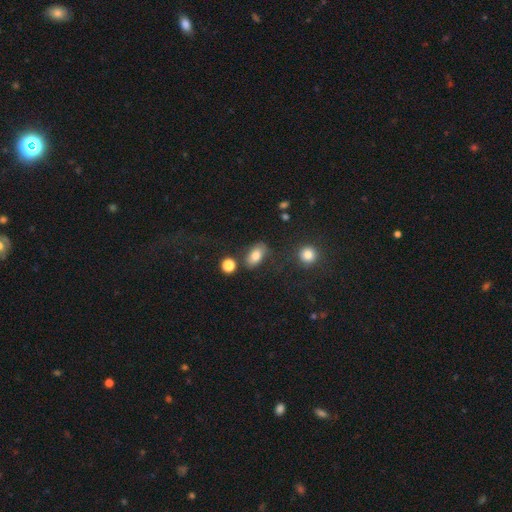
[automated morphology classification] This appears to be a smooth galaxy with no disk features (79%) that is in between round and cigar-shaped (88%). Merging: none (74%).